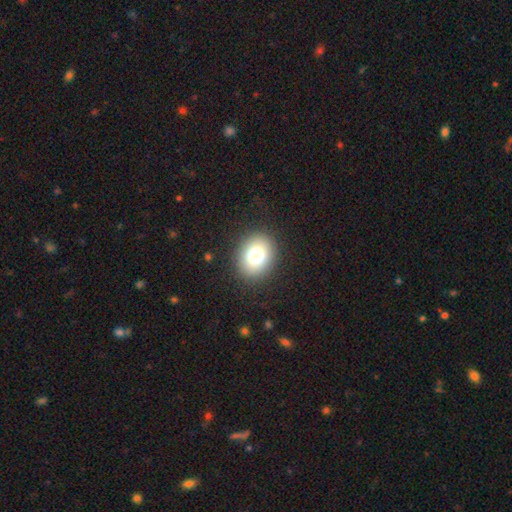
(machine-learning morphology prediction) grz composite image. It shows a smooth galaxy with no disk features (76%) that is round (52%). Merging: none (88%).